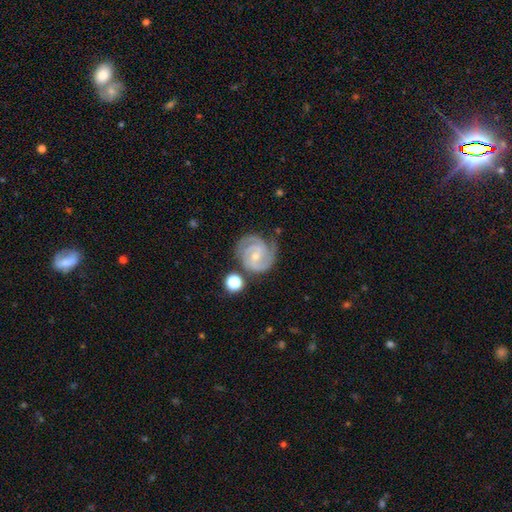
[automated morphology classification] Smooth or featured? featured or disk (88%)
Edge-on disk? no (98%)
Bar? no (47%)
Spiral arms? yes (98%)
Spiral winding? tight (63%)
Spiral arm count? 3 (47%)
Bulge size? small (64%)
Merging? none (70%)